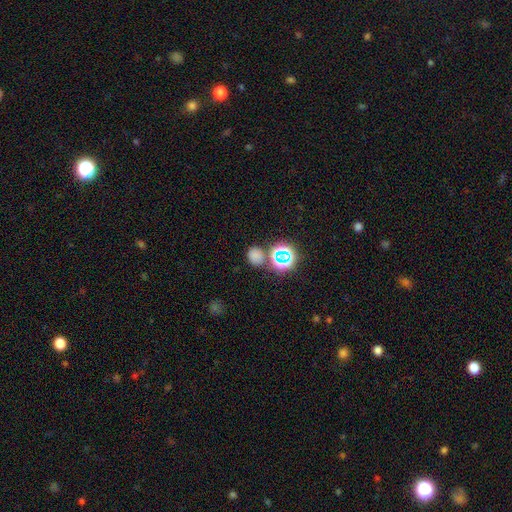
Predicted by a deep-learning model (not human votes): The model was most divided on "smooth or featured": smooth: 66%, star or artifact: 28%, featured or disk: 6%. More confident: how rounded — round (76%); merging — none (71%).